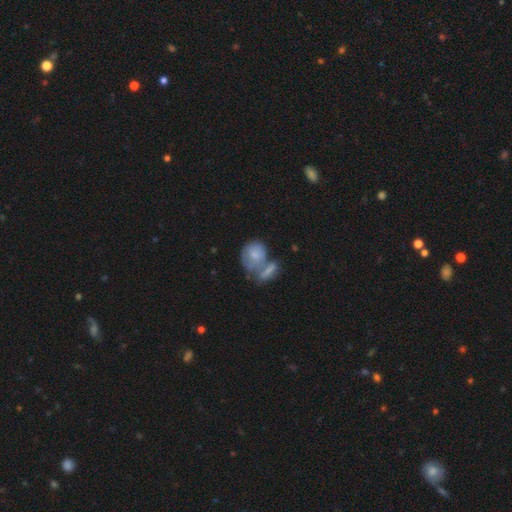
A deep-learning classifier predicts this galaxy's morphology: Smooth or featured? Predicted: smooth (p=0.60). How rounded? Predicted: round (p=0.52). Merging? Predicted: merger (p=0.53).